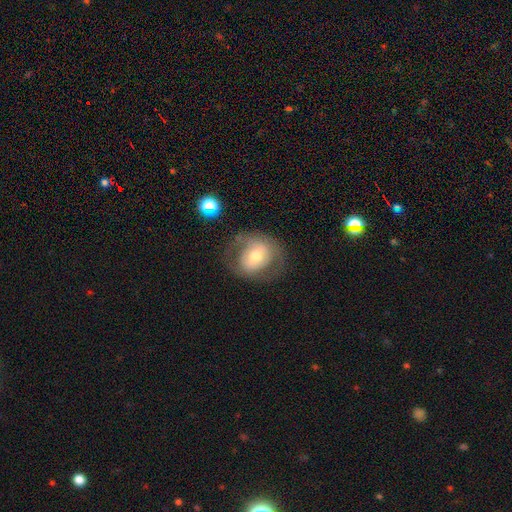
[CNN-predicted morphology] smooth_or_featured: smooth (p=0.48) [alt: featured or disk p=0.44]
merging: none (p=0.65) [alt: minor disturbance p=0.19]